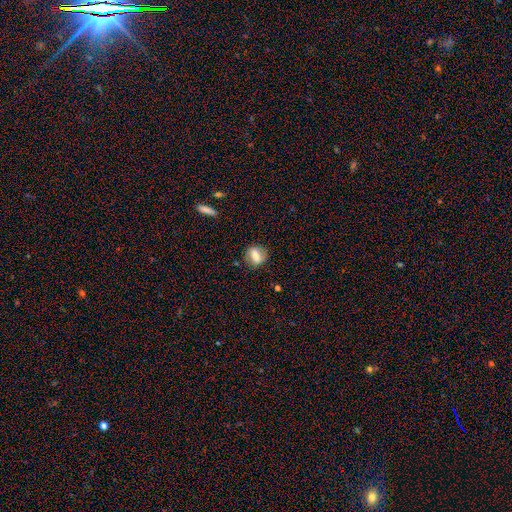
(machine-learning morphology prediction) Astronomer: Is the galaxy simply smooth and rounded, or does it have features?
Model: smooth — 66%.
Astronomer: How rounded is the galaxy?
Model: round — 53% (runner-up: in between, 43%).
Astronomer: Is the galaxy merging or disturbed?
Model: none — 81%.